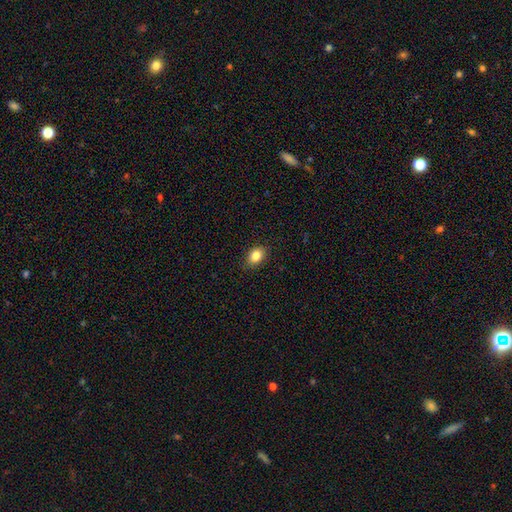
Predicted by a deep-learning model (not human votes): Morphology: type=smooth (84%); roundness=in between (72%); merging=none (88%).